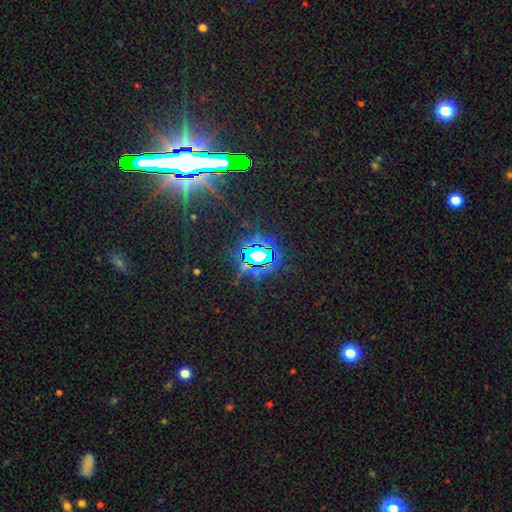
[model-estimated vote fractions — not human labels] Morphology: type=star or artifact (81%).